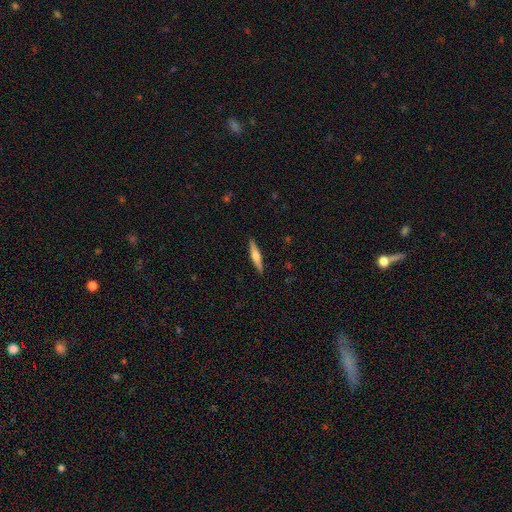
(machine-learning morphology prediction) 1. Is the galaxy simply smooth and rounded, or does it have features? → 57% featured or disk, 37% smooth, 6% star or artifact.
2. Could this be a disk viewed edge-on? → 97% yes, 3% no.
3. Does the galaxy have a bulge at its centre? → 86% rounded, 8% boxy, 6% none.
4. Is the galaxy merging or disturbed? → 91% none, 7% minor disturbance, 1% major disturbance, 1% merger.